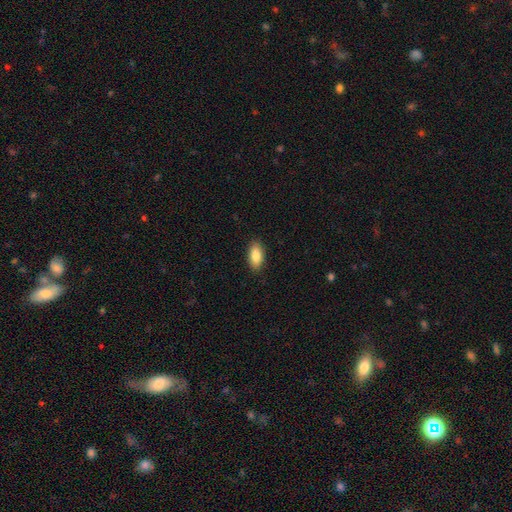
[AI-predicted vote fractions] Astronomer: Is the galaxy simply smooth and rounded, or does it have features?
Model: smooth — 85%.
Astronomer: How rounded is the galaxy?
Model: in between — 90%.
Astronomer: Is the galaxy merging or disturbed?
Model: none — 89%.